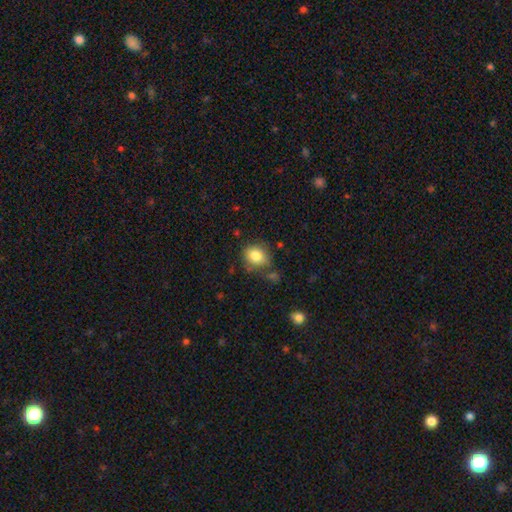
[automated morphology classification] A smooth galaxy with no disk features (83%) that is round (62%).

Vote fractions:
- Smooth or featured? smooth: 83% / star or artifact: 9% / featured or disk: 8%
- How rounded? round: 62% / in between: 37% / cigar-shaped: 1%
- Merging? none: 66% / minor disturbance: 20% / merger: 8% / major disturbance: 7%